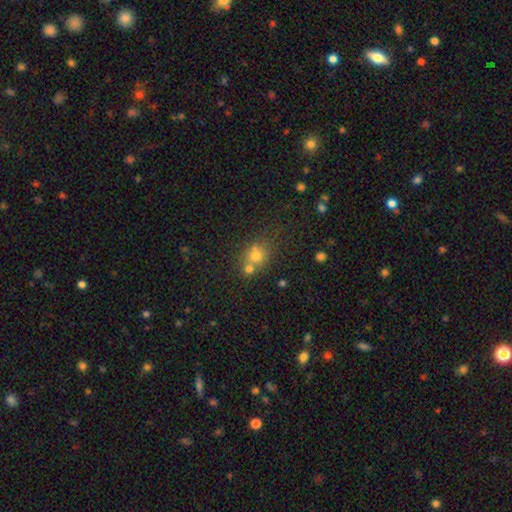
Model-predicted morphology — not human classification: smooth 66%, star or artifact 20%, featured or disk 14%. Down the decision tree: how rounded — round (76%); merging — none (49%).